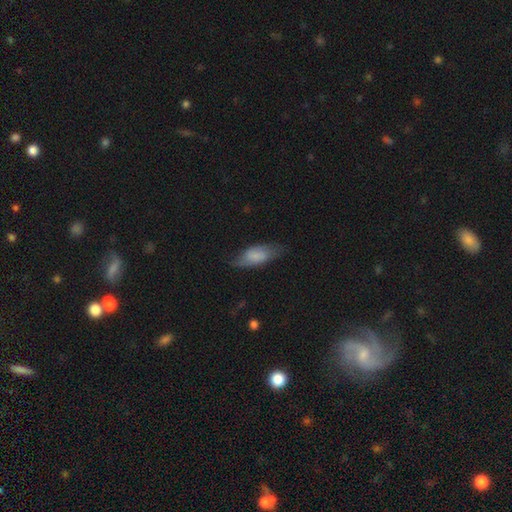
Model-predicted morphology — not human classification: Overall: smooth (70%). How rounded: in between (81%). Merging: none (60%; minor disturbance 28%).